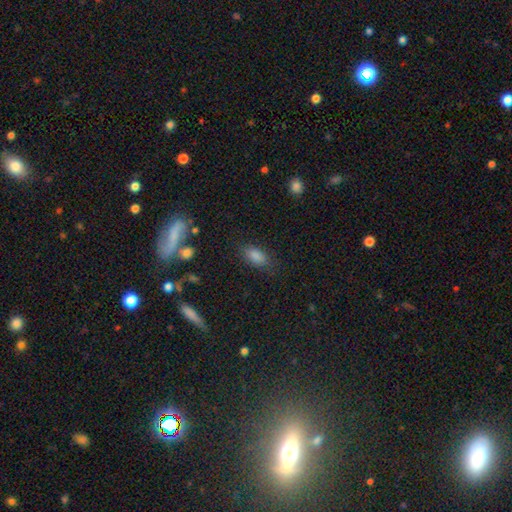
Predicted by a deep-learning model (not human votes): This appears to be a smooth galaxy with no disk features (80%) that is in between round and cigar-shaped (85%). Merging: none (79%).